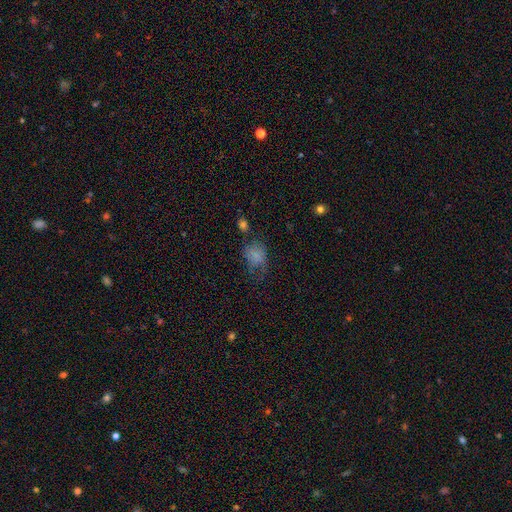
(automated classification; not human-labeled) Smooth or featured: smooth — 71% (star or artifact — 15%)
How rounded: in between — 60% (round — 38%)
Merging: none — 40% (minor disturbance — 29%)